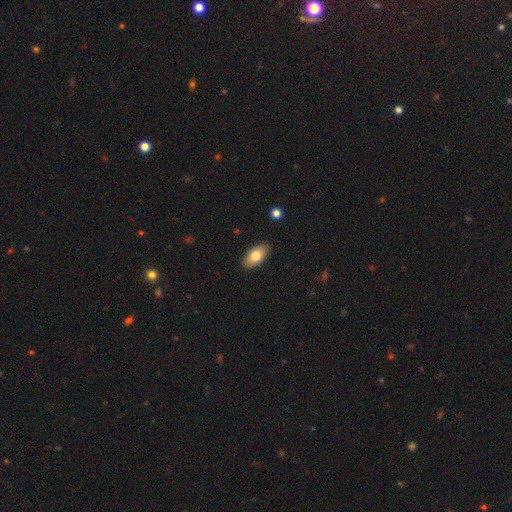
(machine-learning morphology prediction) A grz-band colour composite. It shows a smooth galaxy with no disk features (78%) that is in between round and cigar-shaped (93%). Merging: none (89%).